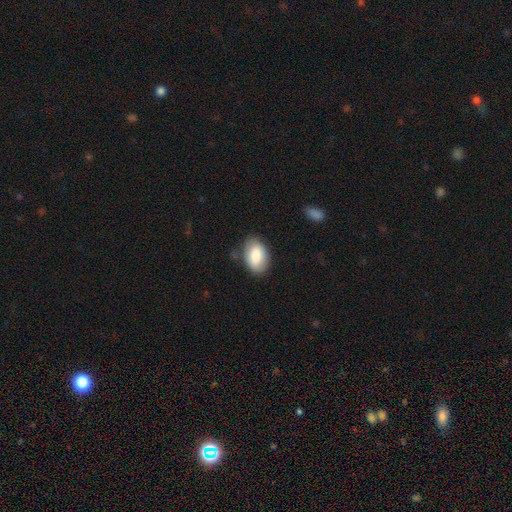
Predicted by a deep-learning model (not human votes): Smooth or featured: smooth — 81% (featured or disk — 12%)
How rounded: in between — 90% (round — 8%)
Merging: none — 77% (minor disturbance — 17%)